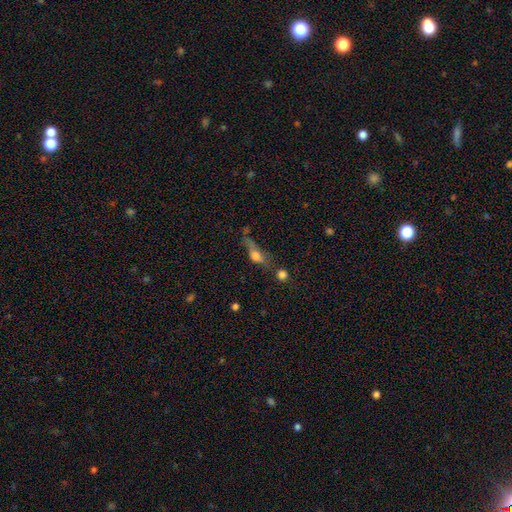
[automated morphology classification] Smooth or featured: smooth — 62% (featured or disk — 24%)
How rounded: in between — 58% (cigar-shaped — 23%)
Merging: major disturbance — 30% (none — 28%)